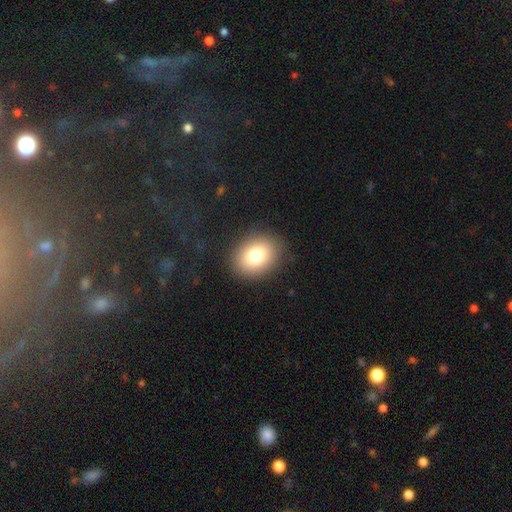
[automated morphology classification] type=smooth (80%); roundness=in between (56%); merging=none (87%).